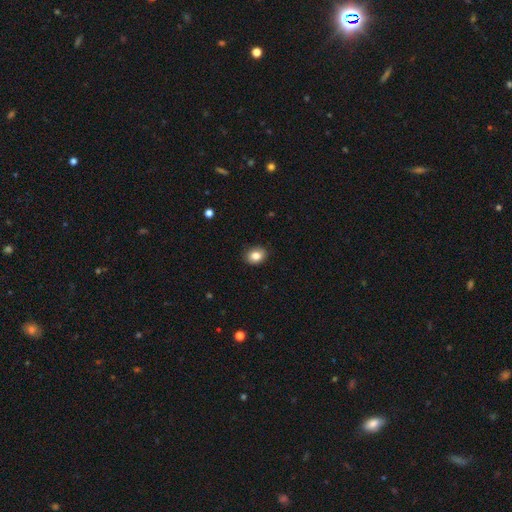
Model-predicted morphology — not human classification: A smooth galaxy with no disk features (85%) that is in between round and cigar-shaped (55%). Merging: none (89%).